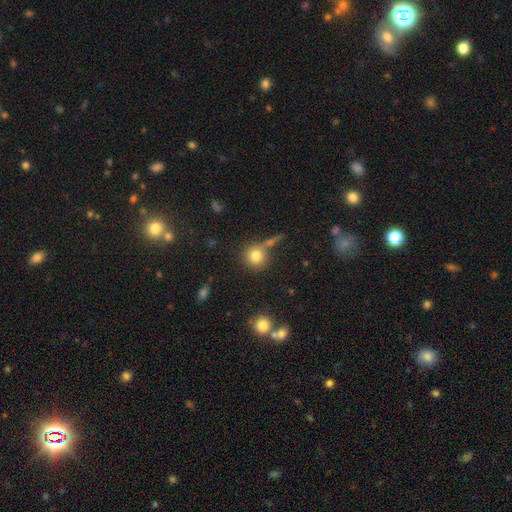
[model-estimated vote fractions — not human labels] This appears to be a smooth galaxy with no disk features (79%) that is round (91%). Merging: none (67%).